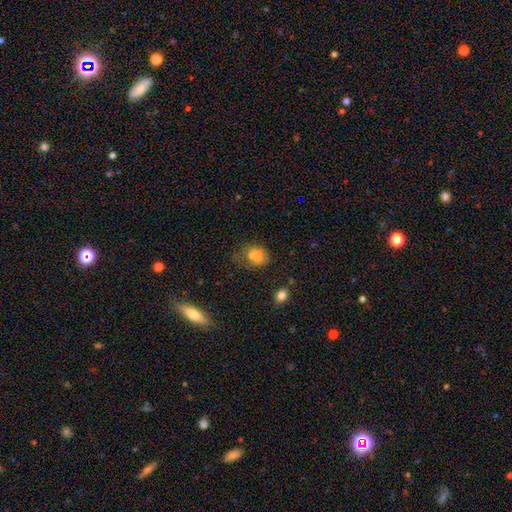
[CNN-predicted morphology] Smooth or featured?
  - smooth: 72% *
  - featured or disk: 16%
  - star or artifact: 12%
How rounded?
  - in between: 60% *
  - round: 39%
  - cigar-shaped: 1%
Merging?
  - none: 37% *
  - merger: 27%
  - minor disturbance: 22%
  - major disturbance: 14%